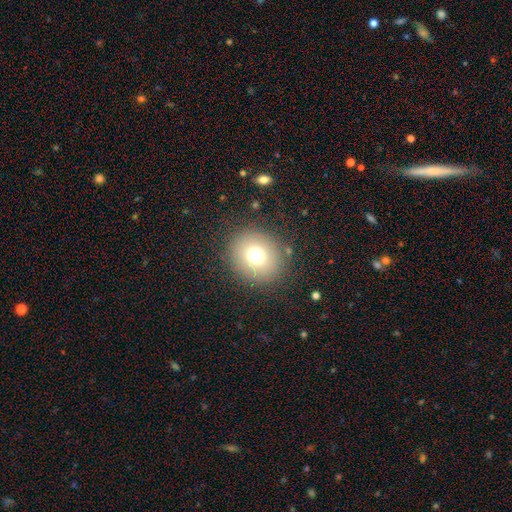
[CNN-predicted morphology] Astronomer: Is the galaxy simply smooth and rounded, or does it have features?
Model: smooth — 72%.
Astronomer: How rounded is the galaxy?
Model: round — 84%.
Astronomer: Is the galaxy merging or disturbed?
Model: none — 86%.